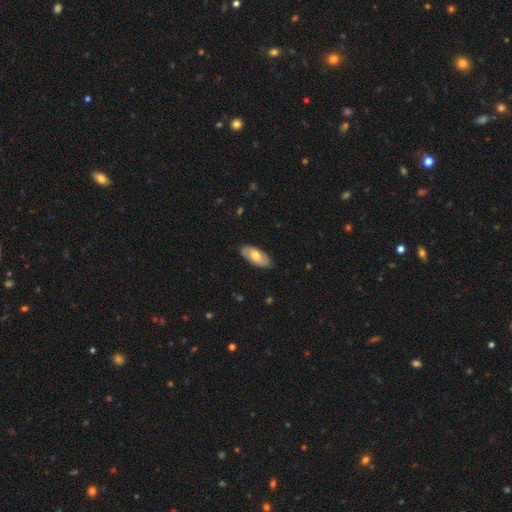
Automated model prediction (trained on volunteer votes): Smooth or featured? smooth (54%)
How rounded? in between (90%)
Merging? none (87%)